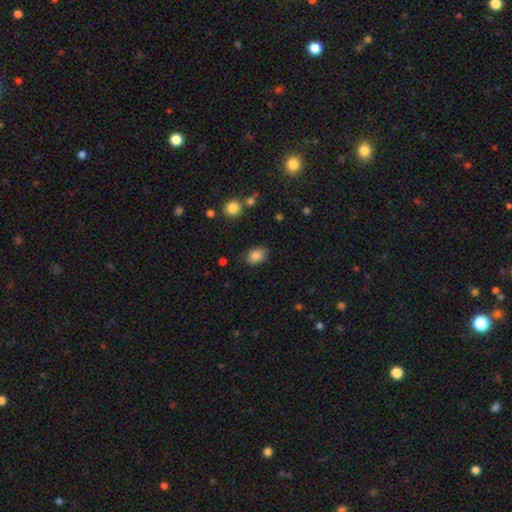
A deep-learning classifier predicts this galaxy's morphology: Q: Smooth or featured?
A: smooth (85%); runner-up: star or artifact (9%)
Q: How rounded?
A: in between (75%); runner-up: round (23%)
Q: Merging?
A: none (74%); runner-up: minor disturbance (20%)